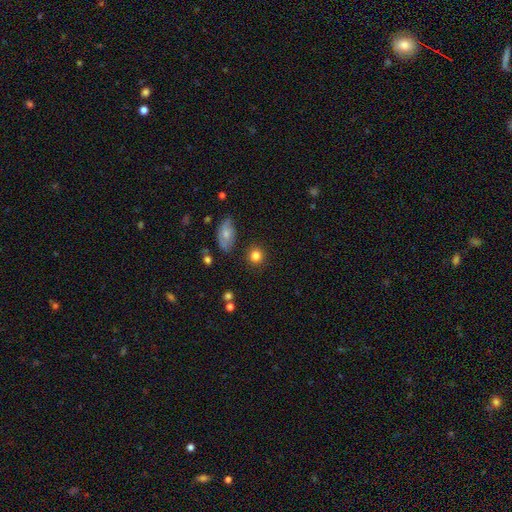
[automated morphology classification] type=smooth (84%); roundness=round (85%); merging=none (86%).